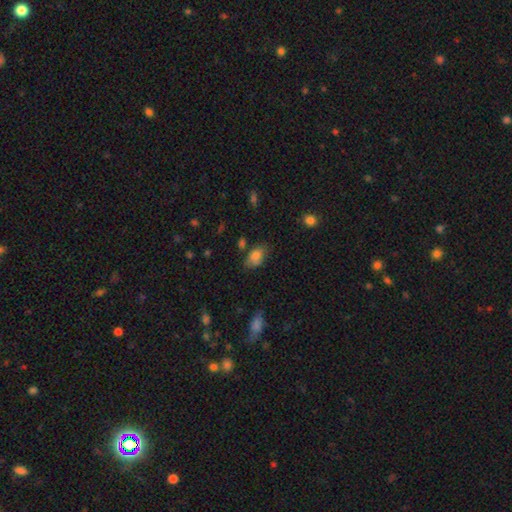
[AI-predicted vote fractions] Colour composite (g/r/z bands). It shows a smooth galaxy with no disk features (80%) that is in between round and cigar-shaped (85%). Merging: none (58%).